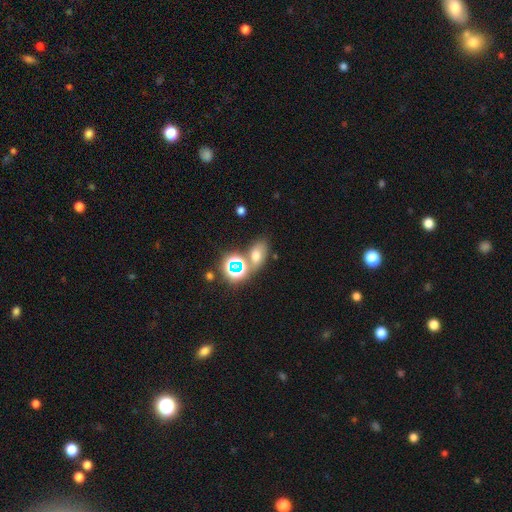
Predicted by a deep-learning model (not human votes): Morphology: type=smooth (57%); roundness=in between (77%); merging=none (59%).